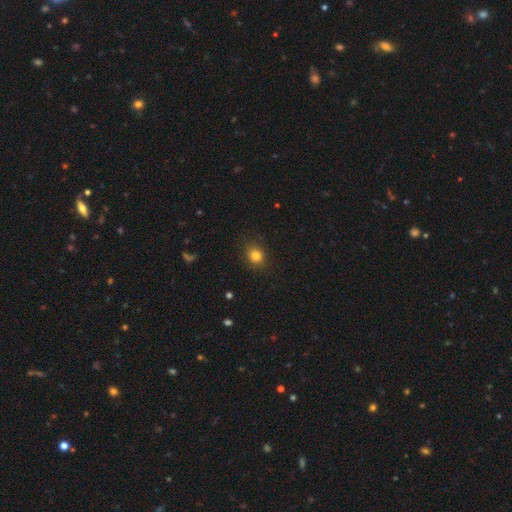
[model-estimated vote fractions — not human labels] Smooth or featured? Predicted: smooth (p=0.83). How rounded? Predicted: round (p=0.79). Merging? Predicted: none (p=0.87).